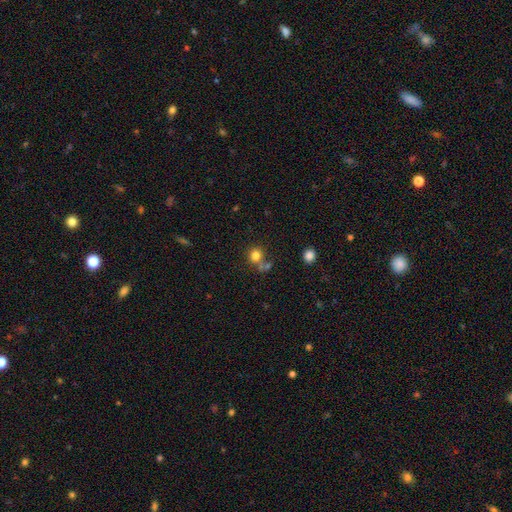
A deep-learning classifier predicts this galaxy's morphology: The model was most divided on "merging": none: 58%, merger: 25%, minor disturbance: 11%, major disturbance: 5%. More confident: how rounded — round (81%); smooth or featured — smooth (79%).